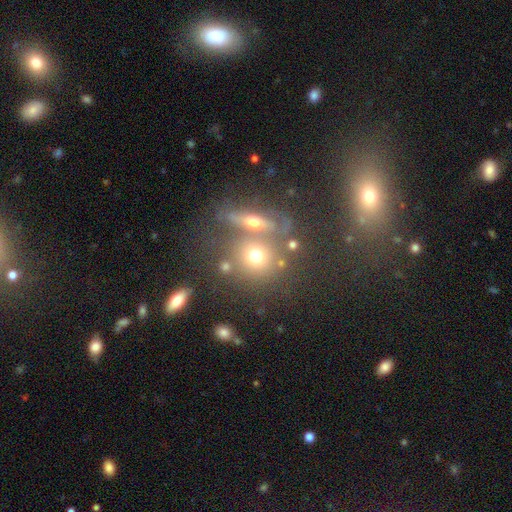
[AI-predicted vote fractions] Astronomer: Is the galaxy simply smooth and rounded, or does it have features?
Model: smooth — 65%.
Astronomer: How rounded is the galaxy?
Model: round — 77%.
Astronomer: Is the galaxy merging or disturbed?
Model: none — 51% (runner-up: merger, 33%).